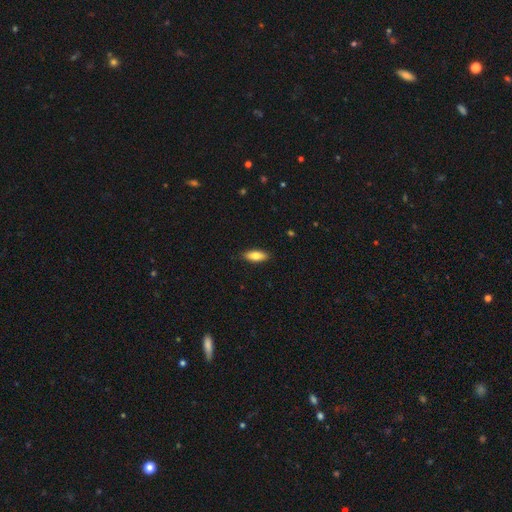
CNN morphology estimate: Smooth or featured? smooth (79%)
How rounded? in between (74%)
Merging? none (88%)